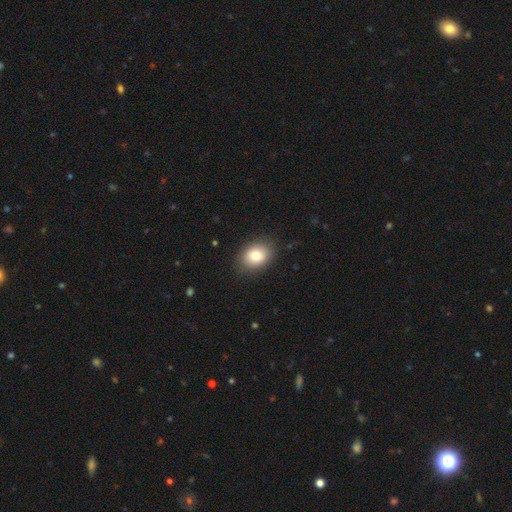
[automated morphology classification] A smooth galaxy with no disk features (81%) that is in between round and cigar-shaped (64%).

Vote fractions:
- Smooth or featured? smooth: 81% / featured or disk: 11% / star or artifact: 9%
- How rounded? in between: 64% / round: 35% / cigar-shaped: 1%
- Merging? none: 87% / minor disturbance: 9% / major disturbance: 3% / merger: 1%